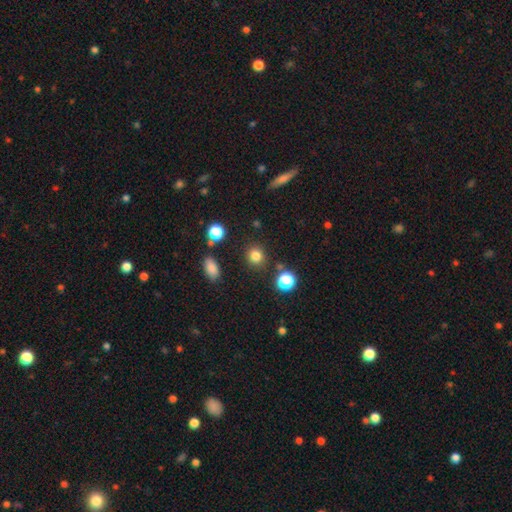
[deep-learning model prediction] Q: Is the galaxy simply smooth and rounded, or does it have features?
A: smooth — 81%.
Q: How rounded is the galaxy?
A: round — 85%.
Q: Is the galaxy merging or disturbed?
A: none — 86%.